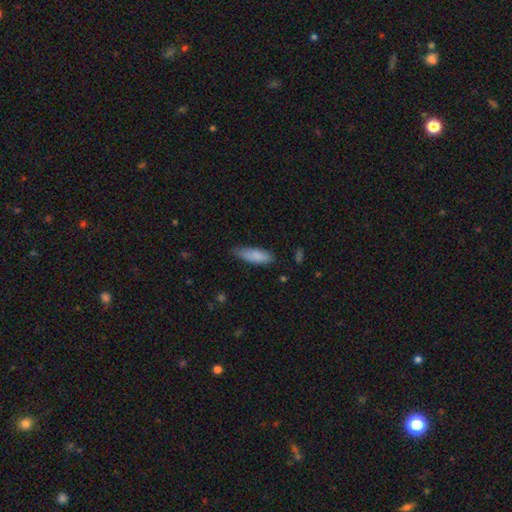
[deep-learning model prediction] Smooth or featured: smooth — 85% (featured or disk — 9%)
How rounded: in between — 55% (cigar-shaped — 44%)
Merging: none — 68% (minor disturbance — 26%)